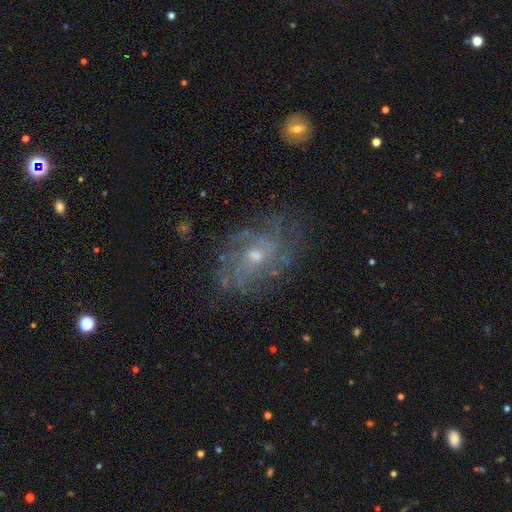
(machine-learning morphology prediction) This is likely a featured or disk galaxy (80%). It is clearly not viewed edge-on (96%). Bar: likely no (69%). Spiral arm pattern: clearly yes (87%). Spiral arm count: marginally can't tell (44%). Spiral winding: marginally tight (41%). Central bulge: possibly small (48%). Merging: likely none (69%).